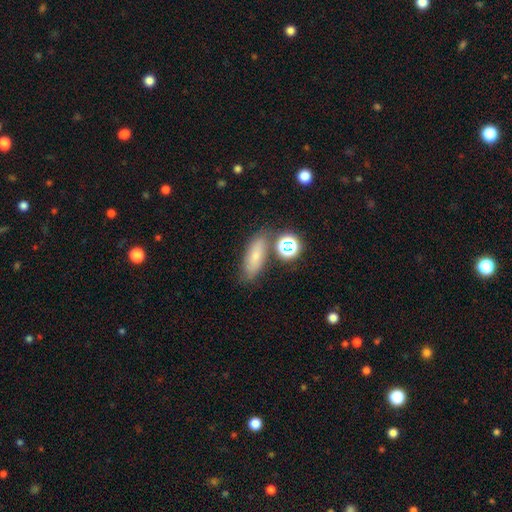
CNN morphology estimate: Overall: smooth (72%). How rounded: in between (65%; cigar-shaped 28%). Merging: none (70%).